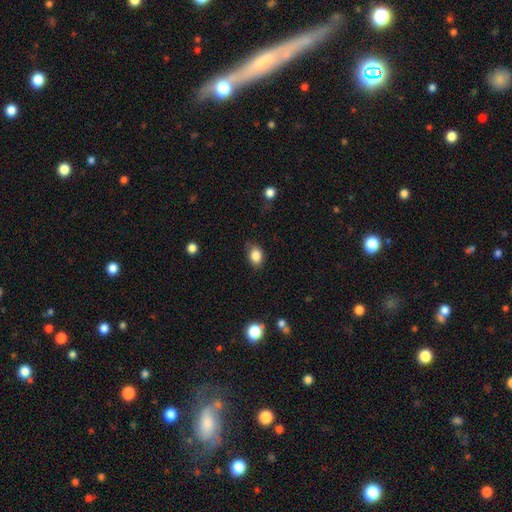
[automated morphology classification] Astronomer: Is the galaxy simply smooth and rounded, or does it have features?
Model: smooth — 85%.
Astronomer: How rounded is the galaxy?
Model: in between — 73%.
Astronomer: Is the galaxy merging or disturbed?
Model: none — 76%.